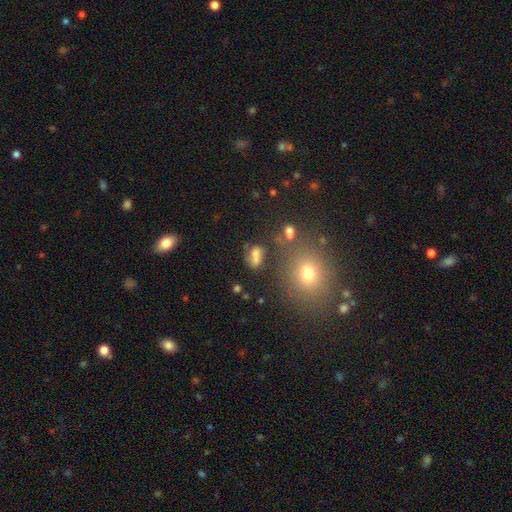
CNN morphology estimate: Smooth or featured? smooth (66%)
How rounded? in between (70%)
Merging? none (48%)